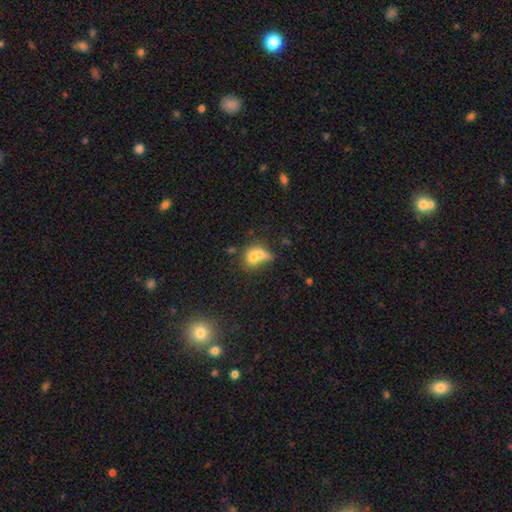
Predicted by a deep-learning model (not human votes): smooth 68%, featured or disk 21%, star or artifact 11%. Down the decision tree: how rounded — in between (58%); merging — merger (62%).